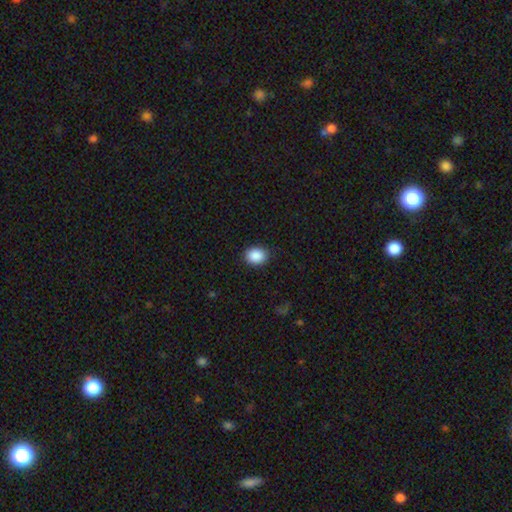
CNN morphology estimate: Smooth or featured? smooth (89%)
How rounded? in between (56%)
Merging? none (89%)